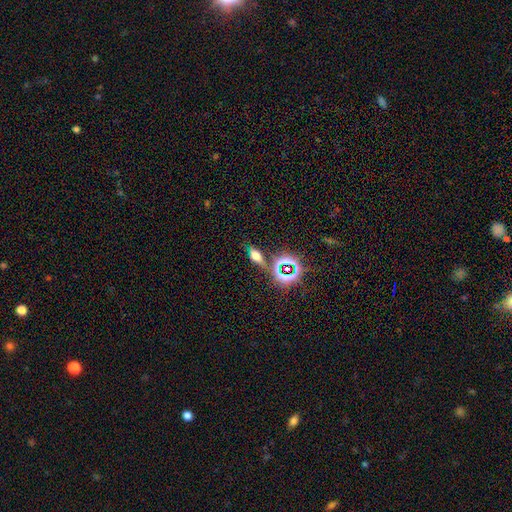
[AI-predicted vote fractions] smooth 45%, star or artifact 34%, featured or disk 21%. Down the decision tree: merging — none (68%).